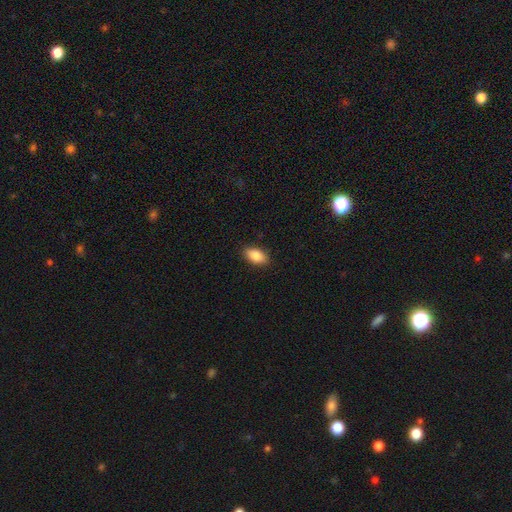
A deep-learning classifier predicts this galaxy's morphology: A smooth galaxy with no disk features (86%) that is in between round and cigar-shaped (91%).

Vote fractions:
- Smooth or featured? smooth: 86% / star or artifact: 7% / featured or disk: 7%
- How rounded? in between: 91% / round: 5% / cigar-shaped: 4%
- Merging? none: 89% / minor disturbance: 8% / major disturbance: 2% / merger: 1%